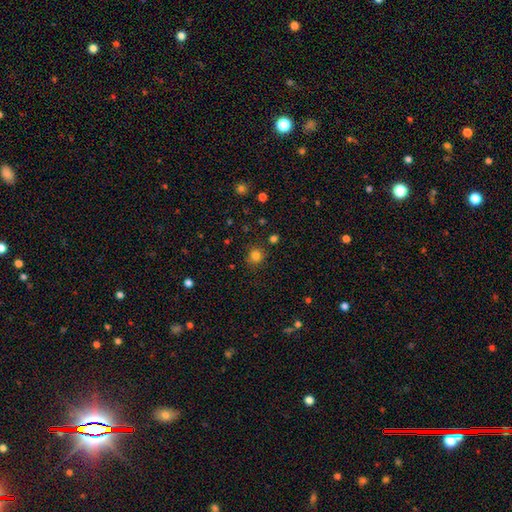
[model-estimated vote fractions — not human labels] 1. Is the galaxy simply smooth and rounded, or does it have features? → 81% smooth, 14% star or artifact, 5% featured or disk.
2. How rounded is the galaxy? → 90% round, 9% in between, 1% cigar-shaped.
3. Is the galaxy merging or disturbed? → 86% none, 9% minor disturbance, 3% major disturbance, 2% merger.